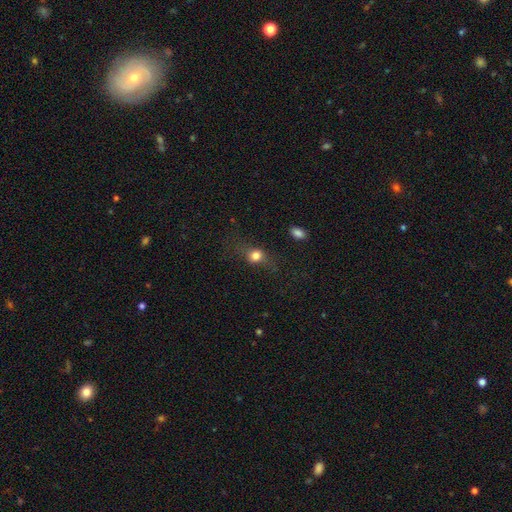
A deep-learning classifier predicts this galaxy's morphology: This is likely a smooth galaxy (70%). How rounded: likely round (62%). Merging: likely none (62%).